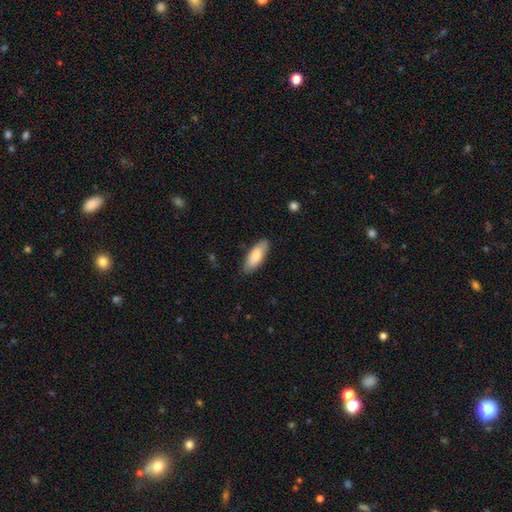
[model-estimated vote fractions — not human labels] Q: Smooth or featured?
A: smooth (81%); runner-up: featured or disk (14%)
Q: How rounded?
A: in between (74%); runner-up: cigar-shaped (24%)
Q: Merging?
A: none (83%); runner-up: minor disturbance (13%)